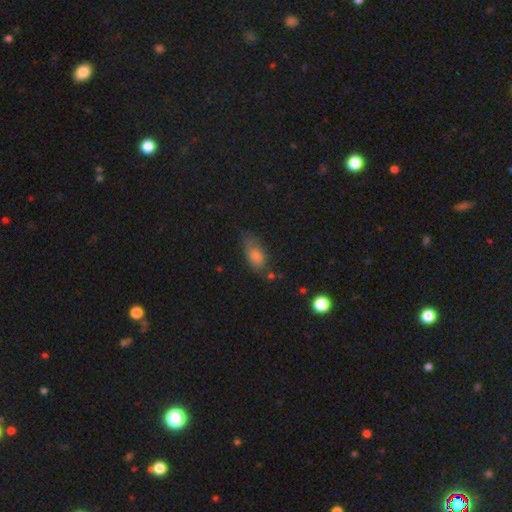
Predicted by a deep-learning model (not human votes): Overall: smooth (77%). How rounded: in between (83%). Merging: none (60%; minor disturbance 28%).